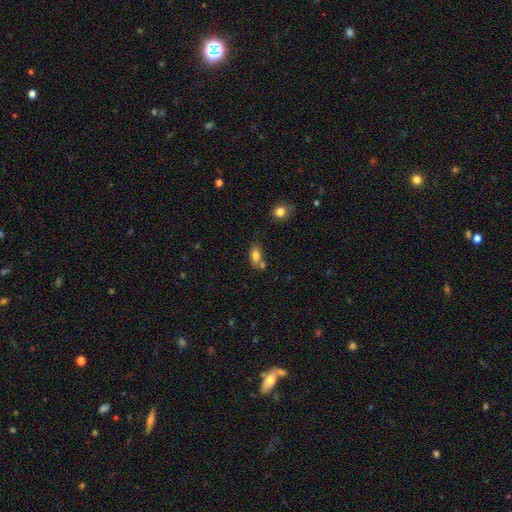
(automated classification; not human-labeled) Smooth or featured? Predicted: smooth (p=0.80). How rounded? Predicted: in between (p=0.86). Merging? Predicted: none (p=0.56).